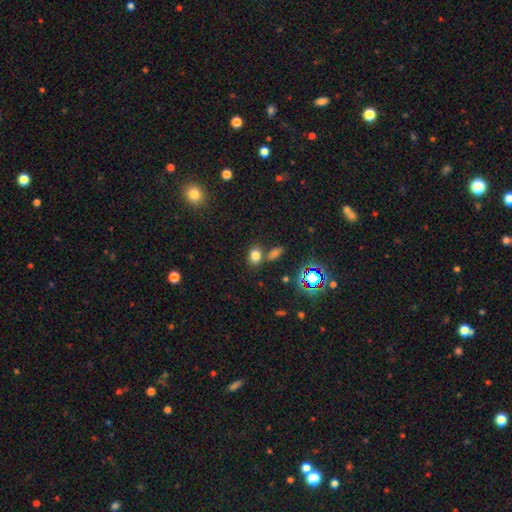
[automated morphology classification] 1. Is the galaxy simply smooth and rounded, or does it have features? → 75% smooth, 18% star or artifact, 7% featured or disk.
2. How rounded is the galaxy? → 69% in between, 29% round, 2% cigar-shaped.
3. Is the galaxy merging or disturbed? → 62% none, 23% merger, 11% minor disturbance, 4% major disturbance.